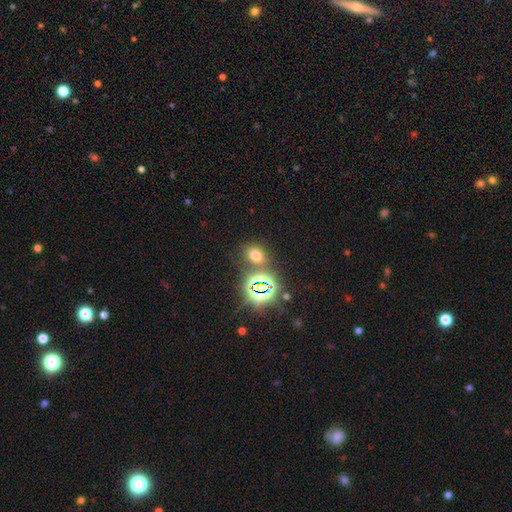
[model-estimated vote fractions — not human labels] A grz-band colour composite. It shows a smooth galaxy with no disk features (57%) that is in between round and cigar-shaped (55%). Merging: none (72%).